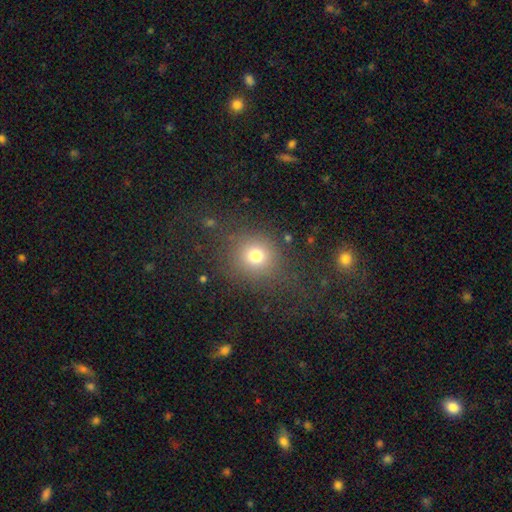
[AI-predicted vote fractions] Smooth or featured? Predicted: smooth (p=0.76). How rounded? Predicted: round (p=0.84). Merging? Predicted: none (p=0.76).